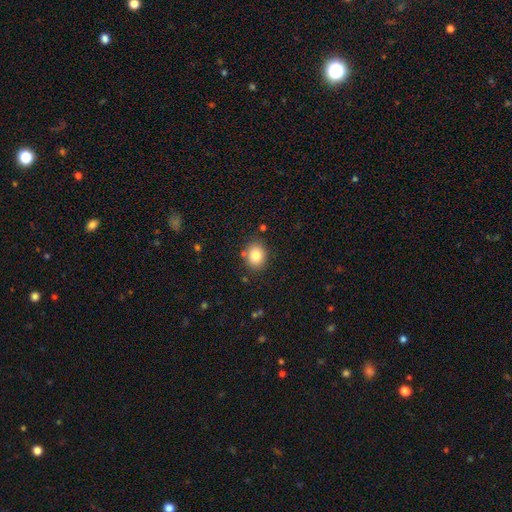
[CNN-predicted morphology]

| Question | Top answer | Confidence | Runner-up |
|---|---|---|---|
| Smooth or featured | smooth | 81% | star or artifact (10%) |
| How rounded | round | 59% | in between (40%) |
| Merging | none | 84% | minor disturbance (10%) |